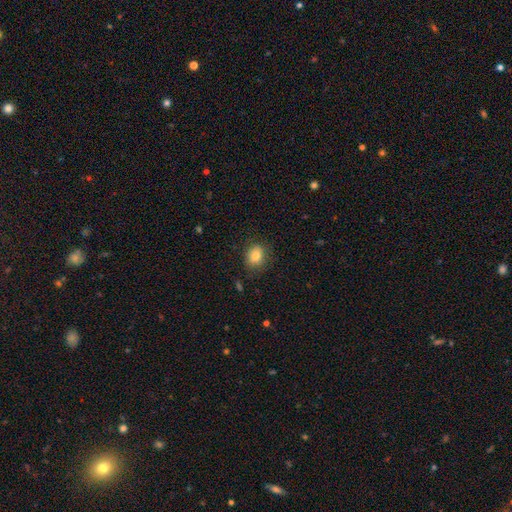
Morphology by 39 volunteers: smooth 90%, featured or disk 8%, star or artifact 3%. Down the decision tree: how rounded — in between (54%); merging — none (89%).